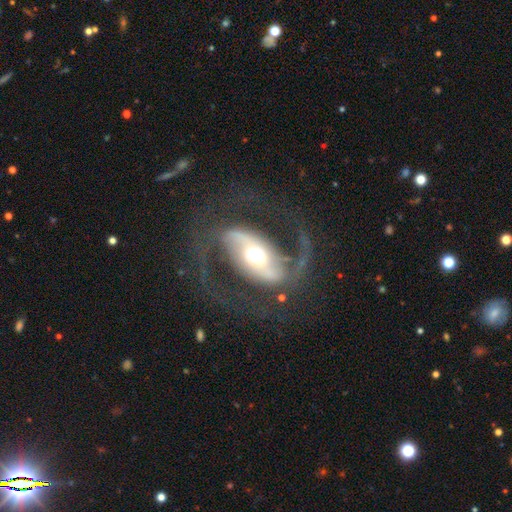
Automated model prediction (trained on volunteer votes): Smooth or featured? featured or disk (85%)
Edge-on disk? no (94%)
Bar? strong (41%)
Spiral arms? yes (92%)
Spiral winding? loose (52%)
Spiral arm count? 2 (92%)
Bulge size? moderate (62%)
Merging? none (68%)